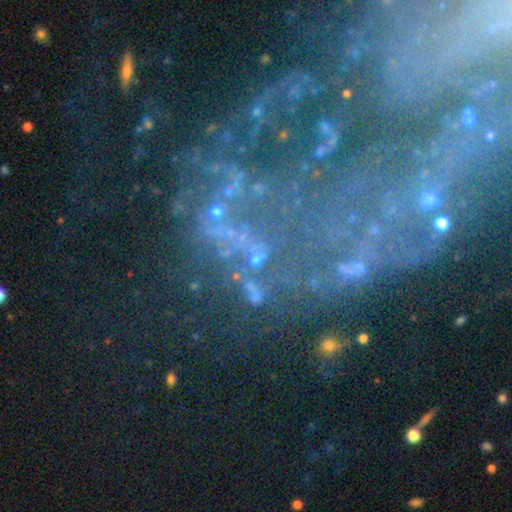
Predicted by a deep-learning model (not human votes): Smooth or featured: star or artifact — 41% (featured or disk — 39%)